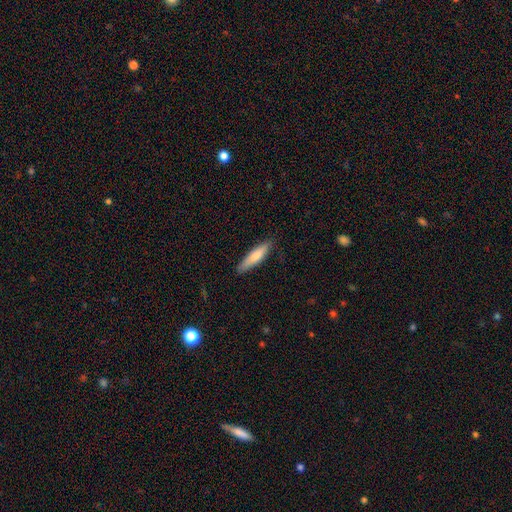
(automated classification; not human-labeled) Smooth or featured: smooth — 75% (featured or disk — 20%)
How rounded: cigar-shaped — 77% (in between — 22%)
Merging: none — 86% (minor disturbance — 11%)